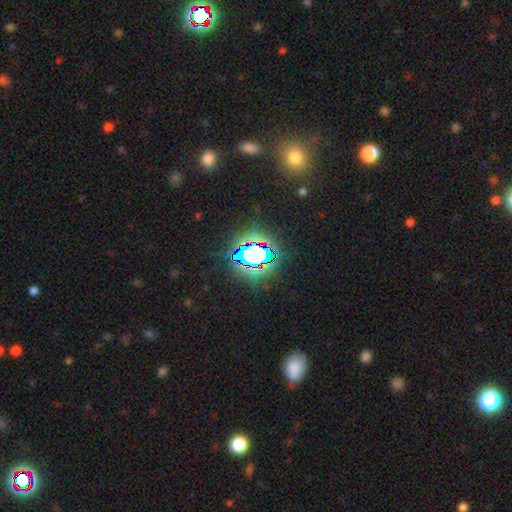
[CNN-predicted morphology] Smooth or featured?
  - star or artifact: 71% *
  - smooth: 18%
  - featured or disk: 11%